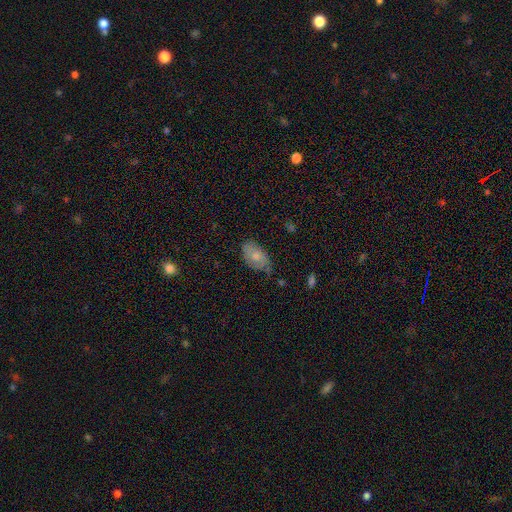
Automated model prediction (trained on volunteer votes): This appears to be a smooth galaxy with no disk features (67%) that is in between round and cigar-shaped (92%). Merging: none (59%).